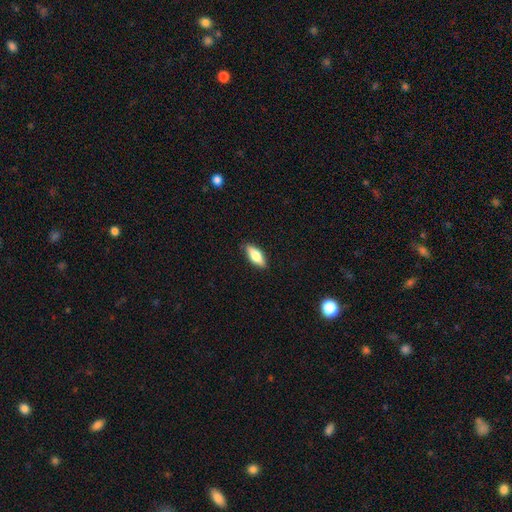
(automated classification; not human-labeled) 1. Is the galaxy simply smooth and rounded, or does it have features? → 69% smooth, 25% featured or disk, 6% star or artifact.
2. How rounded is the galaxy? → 71% in between, 26% cigar-shaped, 2% round.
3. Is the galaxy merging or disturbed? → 86% none, 10% minor disturbance, 2% major disturbance, 1% merger.